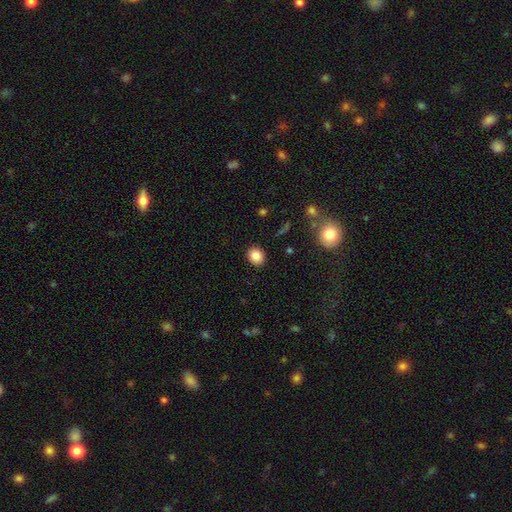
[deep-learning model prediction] This appears to be a smooth galaxy with no disk features (84%) that is round (64%). Merging: none (90%).